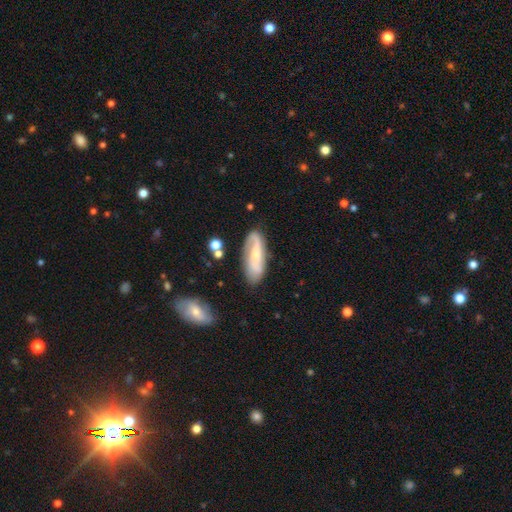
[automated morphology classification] A featured or disk galaxy (65%) with no bar (50%), spiral arms (87%) and a small central bulge (59%).

Vote fractions:
- Smooth or featured? featured or disk: 65% / smooth: 29% / star or artifact: 7%
- Edge-on disk? no: 87% / yes: 13%
- Bar? no: 50% / weak: 33% / strong: 17%
- Spiral arms? yes: 87% / no: 13%
- Bulge size? small: 59% / moderate: 32% / none: 5% / large: 3% / dominant: 1%
- Merging? none: 73% / minor disturbance: 18% / major disturbance: 6% / merger: 3%